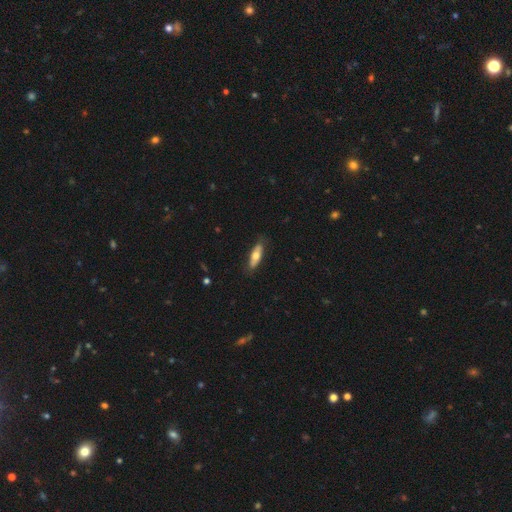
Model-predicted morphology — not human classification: This is likely a smooth galaxy (62%). How rounded: possibly in between (53%). Merging: clearly none (81%).